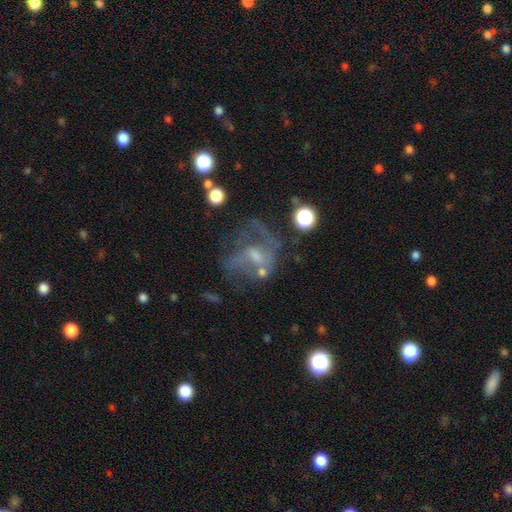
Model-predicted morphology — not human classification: Q: Smooth or featured?
A: featured or disk (64%); runner-up: star or artifact (20%)
Q: Edge-on disk?
A: no (96%); runner-up: yes (4%)
Q: Bar?
A: no (53%); runner-up: weak (36%)
Q: Spiral arms?
A: yes (65%); runner-up: no (35%)
Q: Bulge size?
A: small (47%); runner-up: moderate (31%)
Q: Merging?
A: none (41%); runner-up: major disturbance (31%)